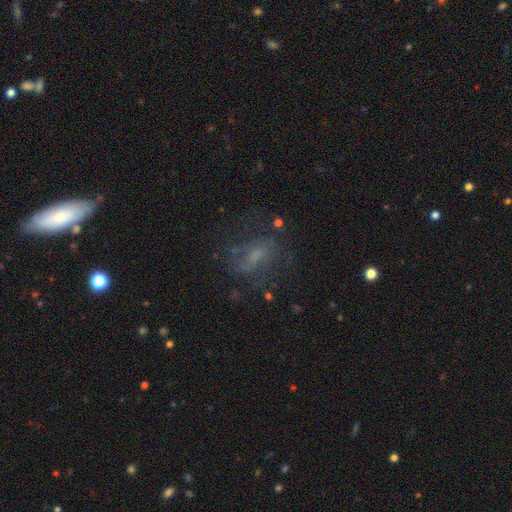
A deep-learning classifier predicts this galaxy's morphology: This is marginally a featured or disk galaxy (43%). Merging: possibly none (56%).